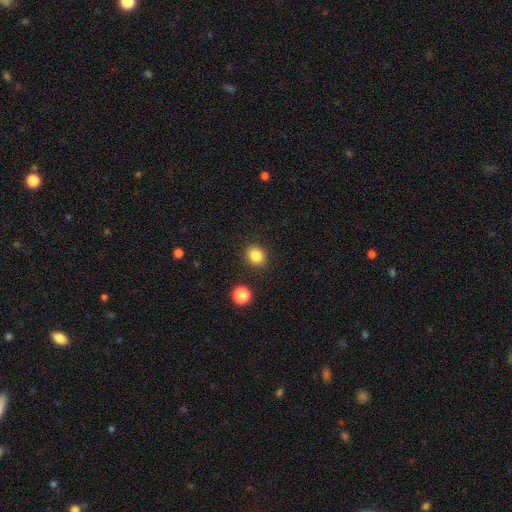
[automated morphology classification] This appears to be a smooth galaxy with no disk features (86%) that is round (72%). Merging: none (88%).